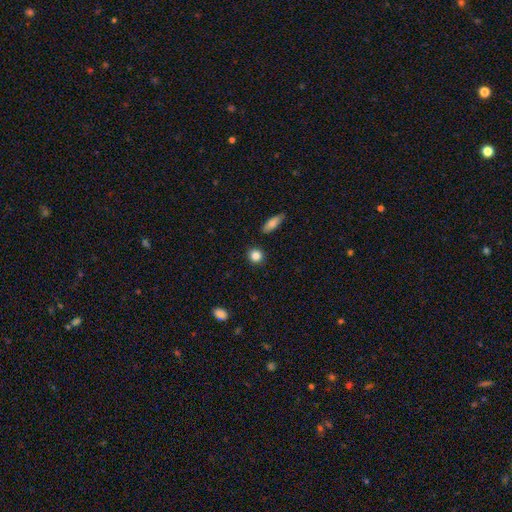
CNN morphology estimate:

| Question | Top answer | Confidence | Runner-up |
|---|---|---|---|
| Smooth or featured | smooth | 85% | star or artifact (10%) |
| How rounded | round | 87% | in between (11%) |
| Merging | none | 89% | minor disturbance (6%) |